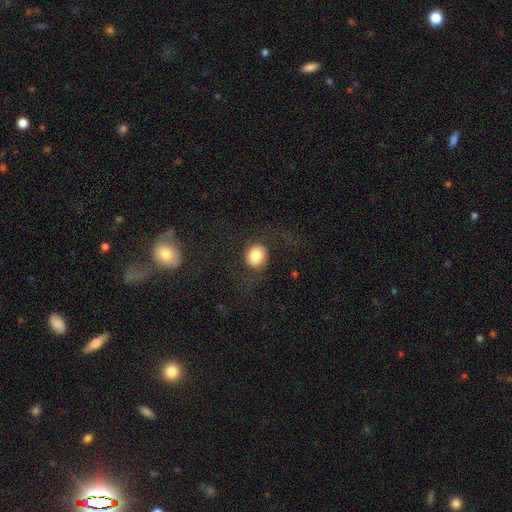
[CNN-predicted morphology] The model was most divided on "merging": none: 69%, major disturbance: 15%, minor disturbance: 14%, merger: 1%. More confident: how rounded — round (79%); smooth or featured — smooth (73%).